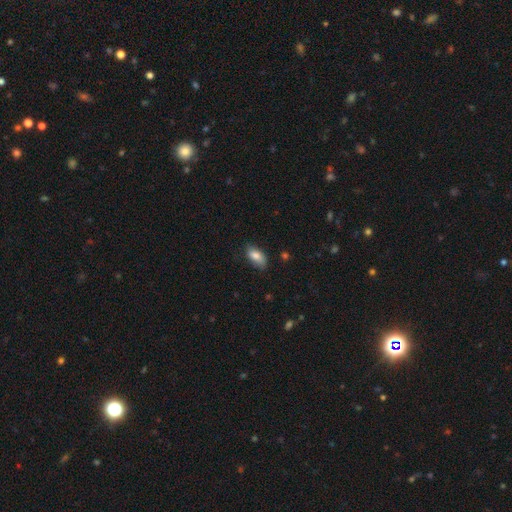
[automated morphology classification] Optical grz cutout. It shows a smooth galaxy with no disk features (81%) that is in between round and cigar-shaped (90%). Merging: none (73%).